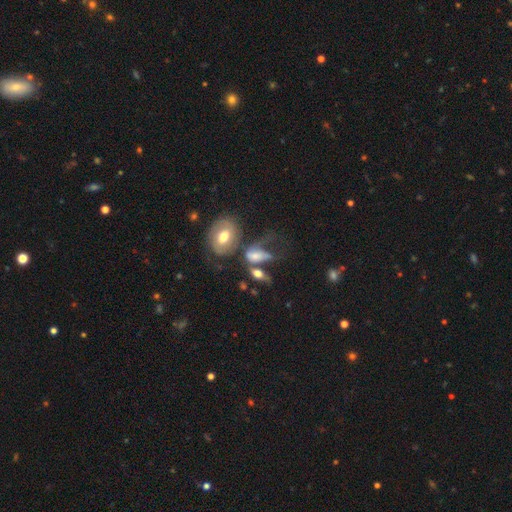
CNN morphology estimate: Smooth or featured: smooth — 50% (featured or disk — 39%)
Merging: major disturbance — 36% (merger — 28%)